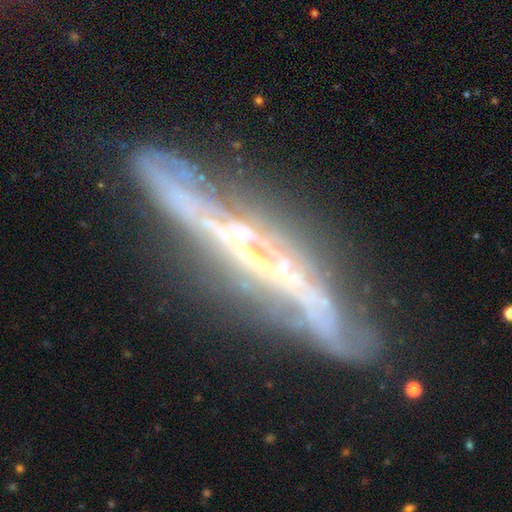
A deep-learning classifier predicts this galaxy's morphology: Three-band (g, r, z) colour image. It shows a featured or disk galaxy (81%) viewed edge-on (79%) with no central bulge (67%). Merging: none (65%).